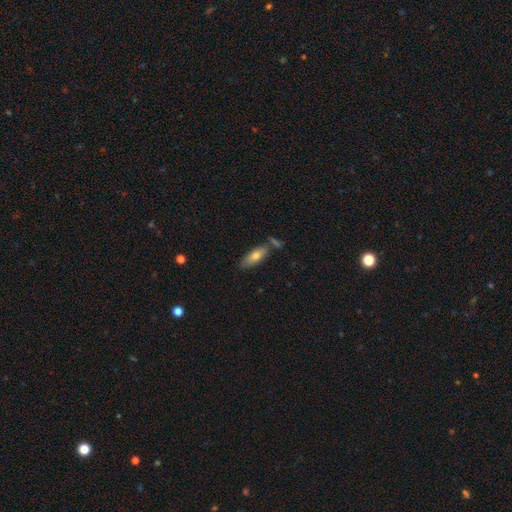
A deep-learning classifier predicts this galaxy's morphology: Overall: smooth (69%). How rounded: in between (60%; cigar-shaped 37%). Merging: none (70%).